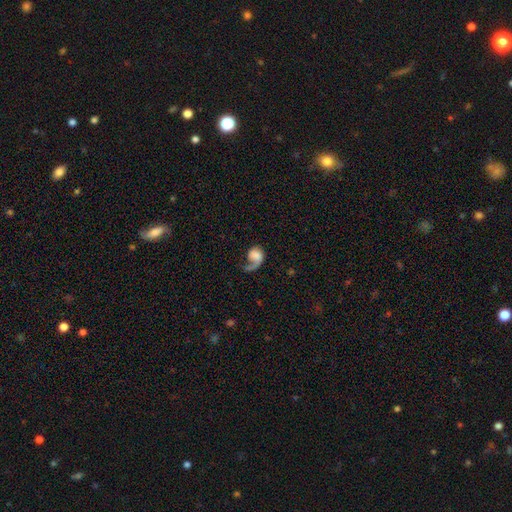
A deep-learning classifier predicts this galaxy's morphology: Smooth or featured? featured or disk (54%)
Edge-on disk? no (98%)
Bar? no (71%)
Spiral arms? yes (86%)
Bulge size? none (36%)
Merging? major disturbance (47%)